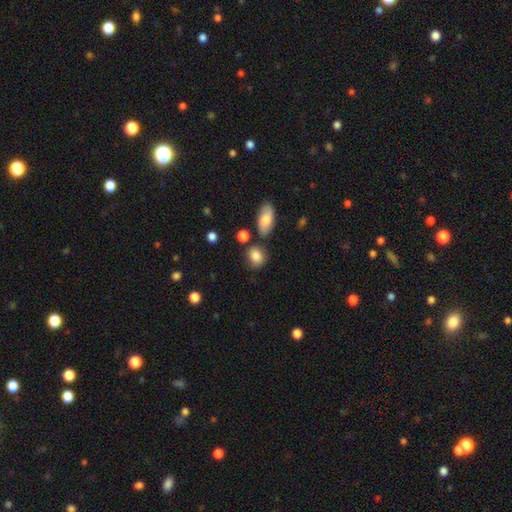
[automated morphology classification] smooth-or-featured: smooth: 84% | star or artifact: 8% | featured or disk: 8%
  how-rounded: in between: 49% (tied) | round: 49% (tied) | cigar-shaped: 2%
  merging: none: 72% | minor disturbance: 16% | merger: 9% | major disturbance: 4%